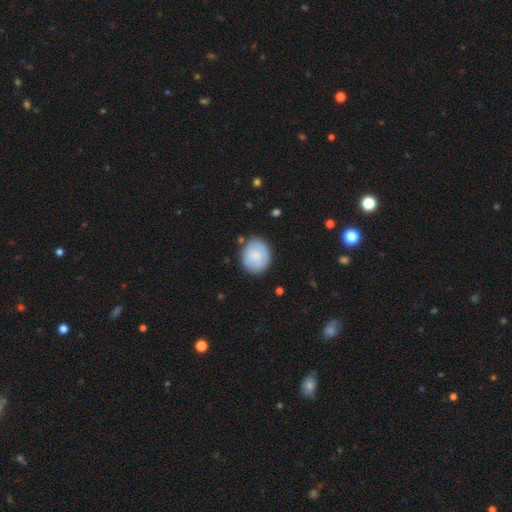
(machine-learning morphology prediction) The model was most divided on "how rounded": round: 68%, in between: 32%, cigar-shaped: 1%. More confident: merging — none (76%); smooth or featured — smooth (75%).